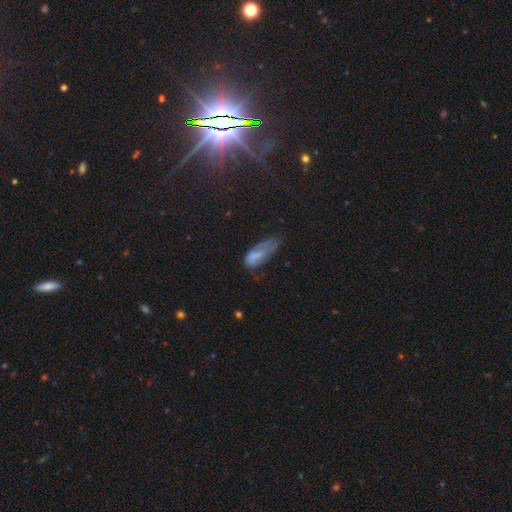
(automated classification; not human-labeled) Morphology: type=smooth (63%); roundness=in between (84%); merging=minor disturbance (36%).